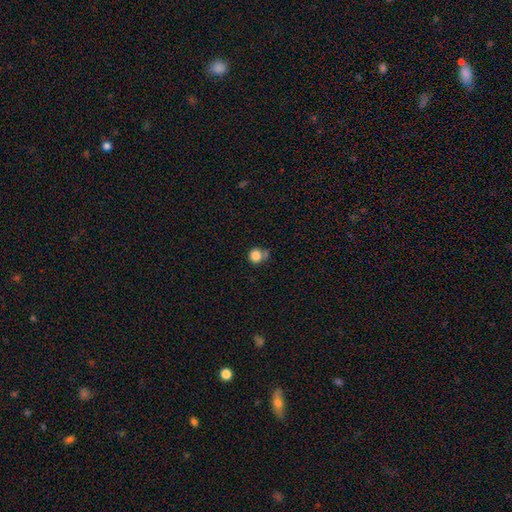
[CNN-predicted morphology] Overall: smooth (84%). How rounded: round (88%). Merging: none (57%; minor disturbance 20%).